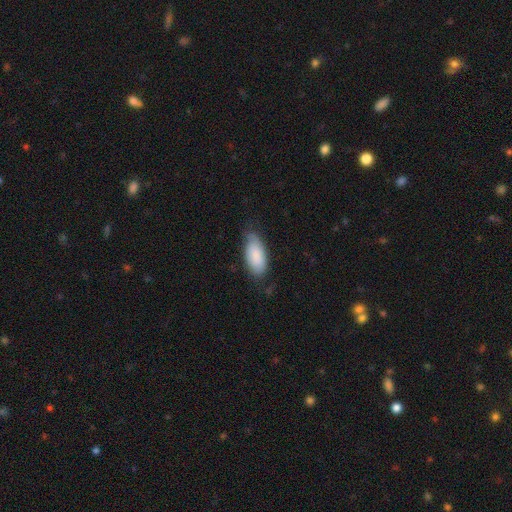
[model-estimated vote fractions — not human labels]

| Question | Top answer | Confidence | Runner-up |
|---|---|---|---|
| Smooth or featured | smooth | 84% | featured or disk (10%) |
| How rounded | in between | 90% | cigar-shaped (8%) |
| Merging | none | 61% | minor disturbance (32%) |